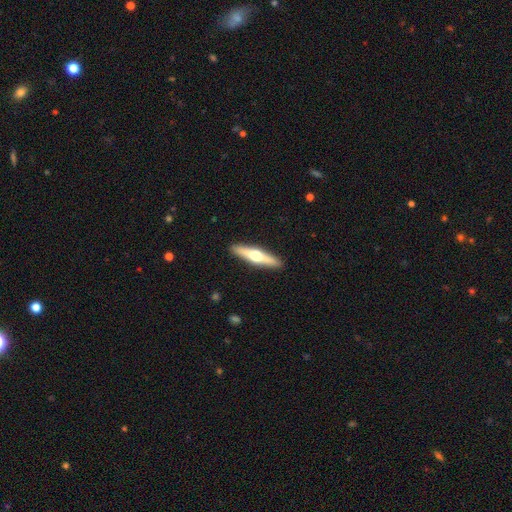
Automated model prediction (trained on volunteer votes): Q: Smooth or featured?
A: featured or disk (60%); runner-up: smooth (35%)
Q: Edge-on disk?
A: yes (95%); runner-up: no (5%)
Q: Edge-on bulge?
A: rounded (95%); runner-up: boxy (3%)
Q: Merging?
A: none (91%); runner-up: minor disturbance (6%)